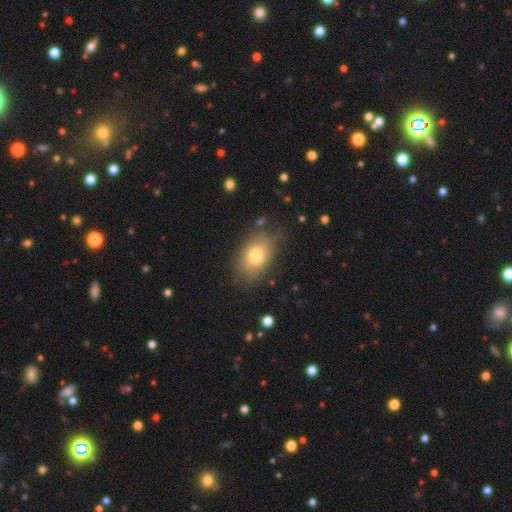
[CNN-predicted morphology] Smooth or featured? smooth (76%)
How rounded? in between (84%)
Merging? none (77%)